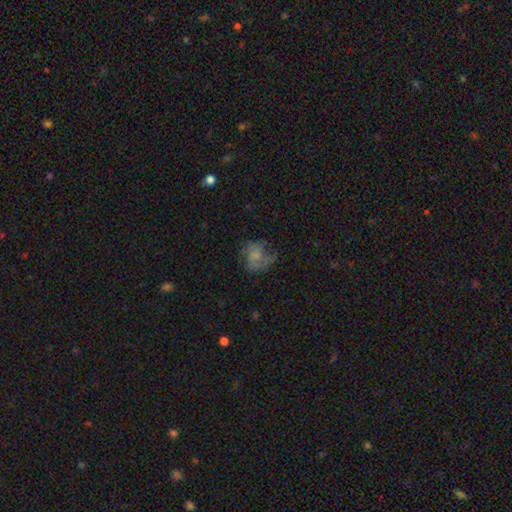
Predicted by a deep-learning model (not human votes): smooth-or-featured: smooth: 56% | featured or disk: 31% | star or artifact: 13%
  how-rounded: round: 63% | in between: 36% | cigar-shaped: 1%
  merging: none: 46% | major disturbance: 27% | minor disturbance: 25% | merger: 2%